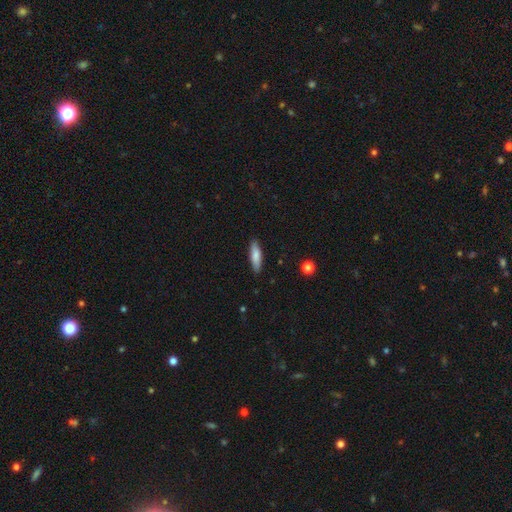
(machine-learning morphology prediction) smooth 78%, featured or disk 16%, star or artifact 6%. Down the decision tree: how rounded — cigar-shaped (66%); merging — none (88%).